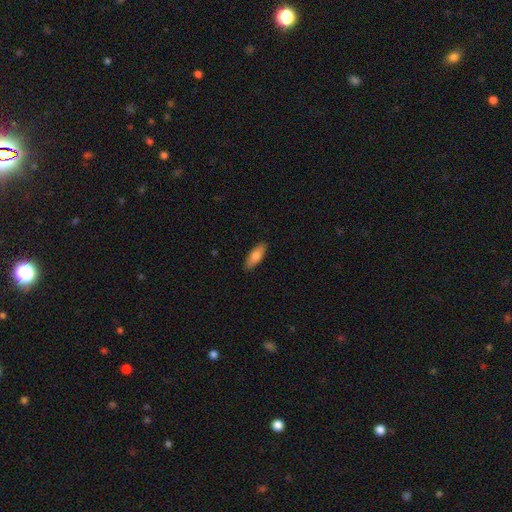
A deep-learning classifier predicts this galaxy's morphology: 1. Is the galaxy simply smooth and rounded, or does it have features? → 75% smooth, 19% featured or disk, 6% star or artifact.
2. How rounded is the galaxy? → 62% in between, 36% cigar-shaped, 2% round.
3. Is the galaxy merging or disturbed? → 89% none, 8% minor disturbance, 2% major disturbance, 1% merger.